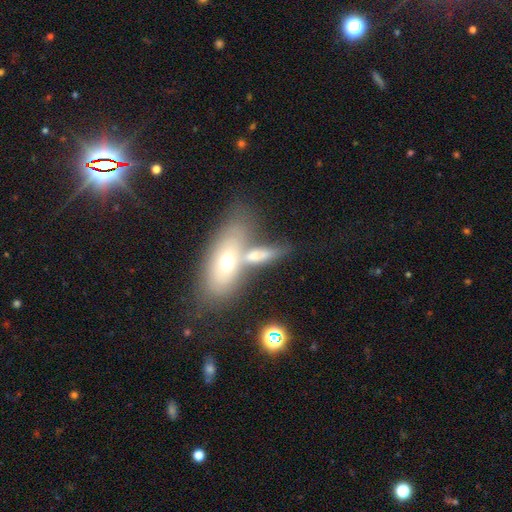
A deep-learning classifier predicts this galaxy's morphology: Overall: smooth (56%; featured or disk 35%). How rounded: in between (67%; cigar-shaped 28%). Merging: merger (53%; none 28%).